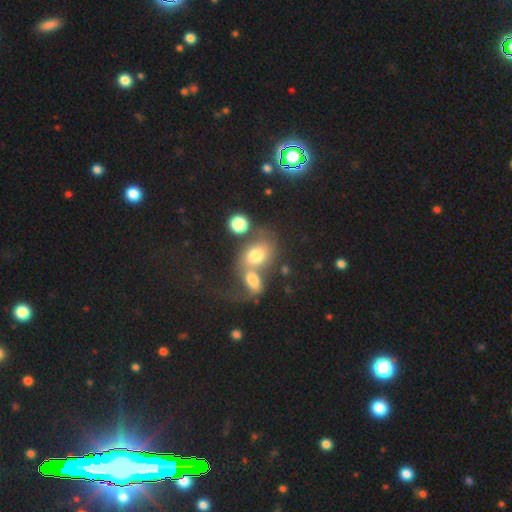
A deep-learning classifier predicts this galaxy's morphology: smooth-or-featured: smooth: 67% | featured or disk: 22% | star or artifact: 11%
  how-rounded: in between: 68% | round: 30% | cigar-shaped: 2%
  merging: merger: 59% | none: 21% | major disturbance: 10% | minor disturbance: 9%